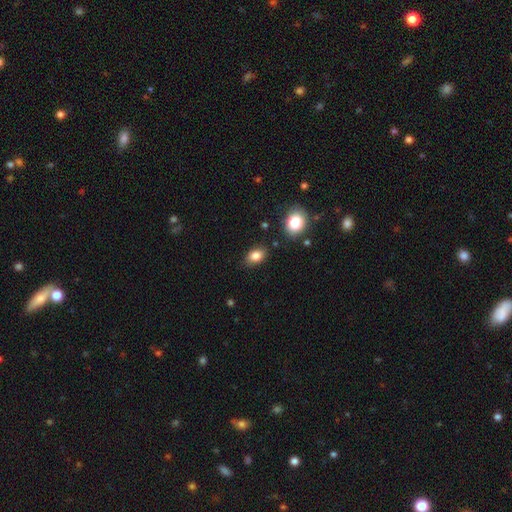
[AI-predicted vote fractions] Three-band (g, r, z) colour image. It shows a smooth galaxy with no disk features (84%) that is in between round and cigar-shaped (84%). Merging: none (82%).